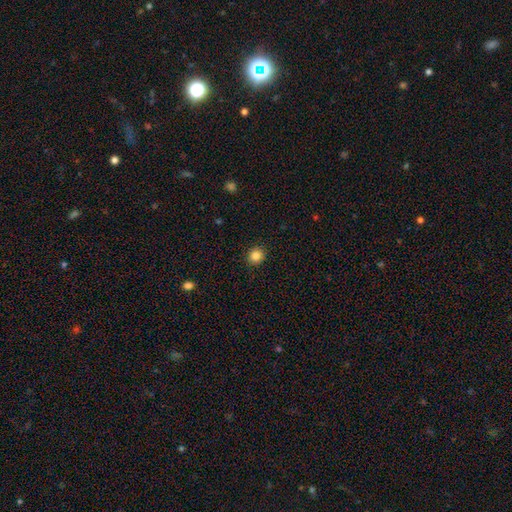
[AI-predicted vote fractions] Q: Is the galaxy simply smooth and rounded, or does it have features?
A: smooth — 85%.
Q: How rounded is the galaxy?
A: round — 85%.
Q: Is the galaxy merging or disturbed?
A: none — 91%.